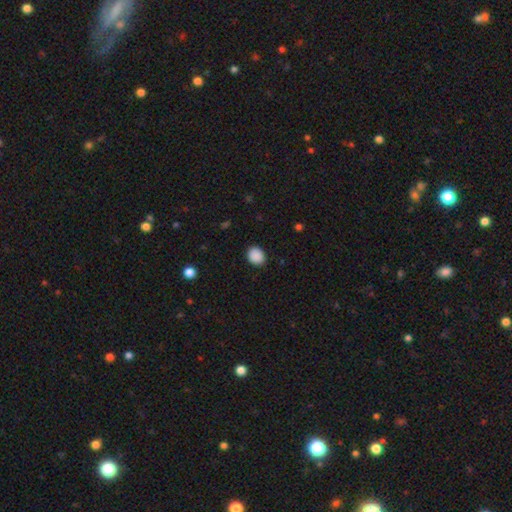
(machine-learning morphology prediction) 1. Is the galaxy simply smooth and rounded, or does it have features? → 89% smooth, 9% star or artifact, 2% featured or disk.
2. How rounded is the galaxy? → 63% round, 36% in between, 1% cigar-shaped.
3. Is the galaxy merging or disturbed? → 88% none, 8% minor disturbance, 2% major disturbance, 1% merger.